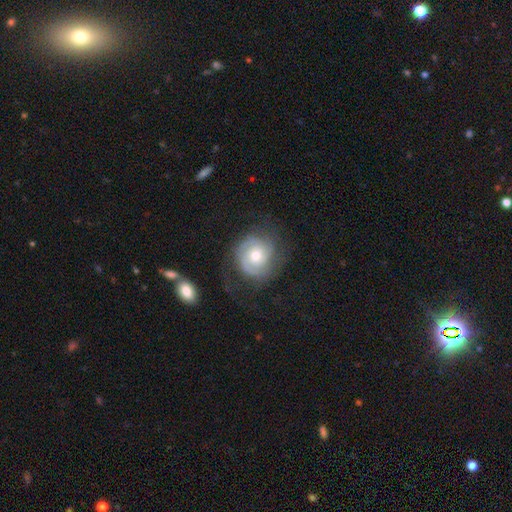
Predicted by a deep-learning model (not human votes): Morphology: type=featured or disk (78%); edge-on=no (98%); bar=no (77%); spiral arms=yes (93%); winding=tight (66%); arm count=2 (33%); bulge=moderate (64%); merging=none (68%).